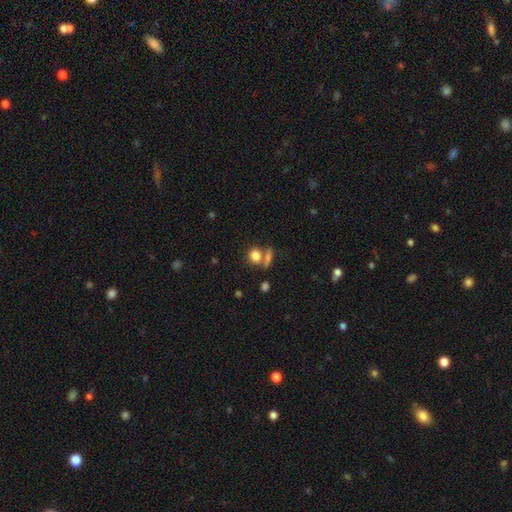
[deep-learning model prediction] A smooth galaxy with no disk features (80%) that is round (63%). Merging: none (55%).